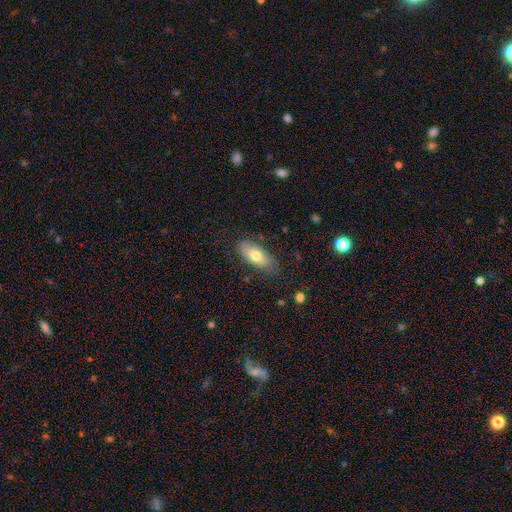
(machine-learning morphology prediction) Smooth or featured? smooth (71%)
How rounded? in between (86%)
Merging? none (75%)